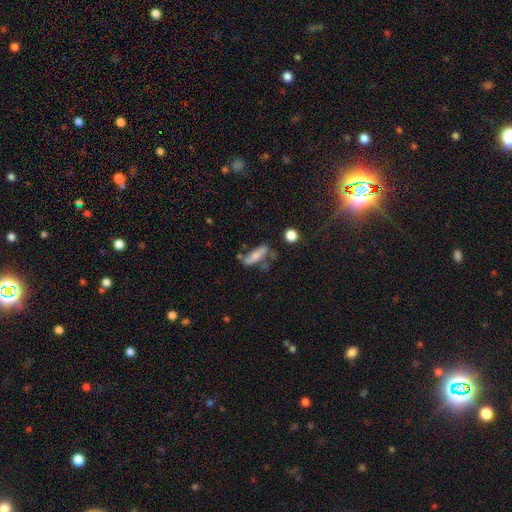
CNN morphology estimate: Q: Smooth or featured?
A: smooth (61%); runner-up: featured or disk (30%)
Q: How rounded?
A: cigar-shaped (50%); runner-up: in between (46%)
Q: Merging?
A: none (45%); runner-up: minor disturbance (25%)